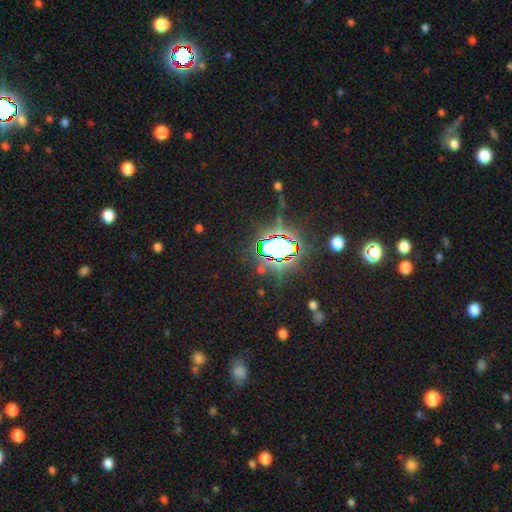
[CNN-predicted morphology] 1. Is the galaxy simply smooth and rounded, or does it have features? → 81% star or artifact, 11% smooth, 8% featured or disk.